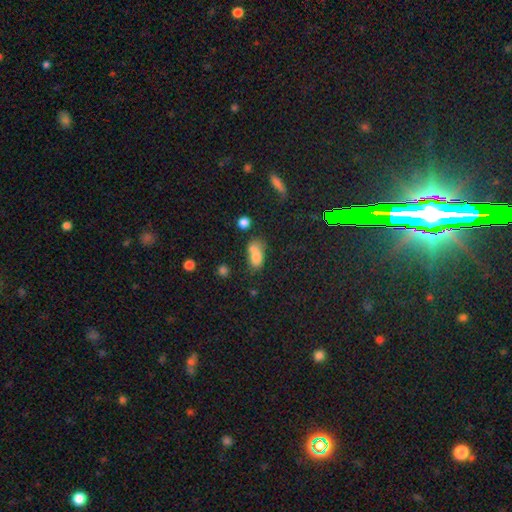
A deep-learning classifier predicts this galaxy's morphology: smooth 75%, featured or disk 13%, star or artifact 12%. Down the decision tree: how rounded — in between (79%); merging — merger (45%).